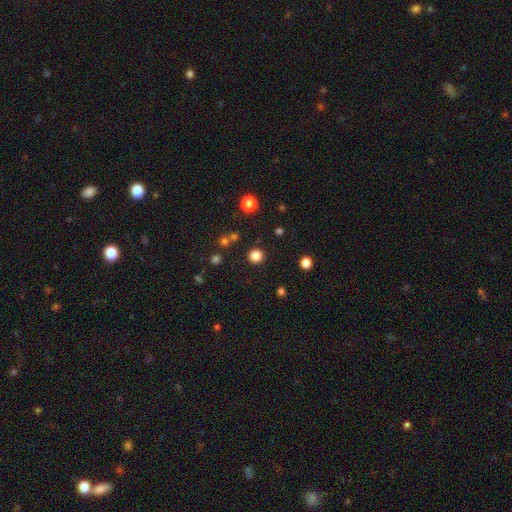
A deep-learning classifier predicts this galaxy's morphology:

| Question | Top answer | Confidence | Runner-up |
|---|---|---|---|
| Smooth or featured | smooth | 83% | star or artifact (14%) |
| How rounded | round | 95% | in between (4%) |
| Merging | none | 90% | minor disturbance (5%) |